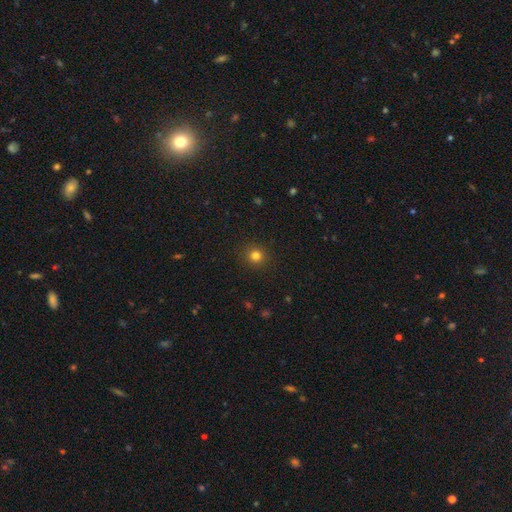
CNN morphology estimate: Smooth or featured?
  - smooth: 80% *
  - star or artifact: 14%
  - featured or disk: 5%
How rounded?
  - round: 92% *
  - in between: 7%
  - cigar-shaped: 1%
Merging?
  - none: 91% *
  - minor disturbance: 6%
  - major disturbance: 2%
  - merger: 1%